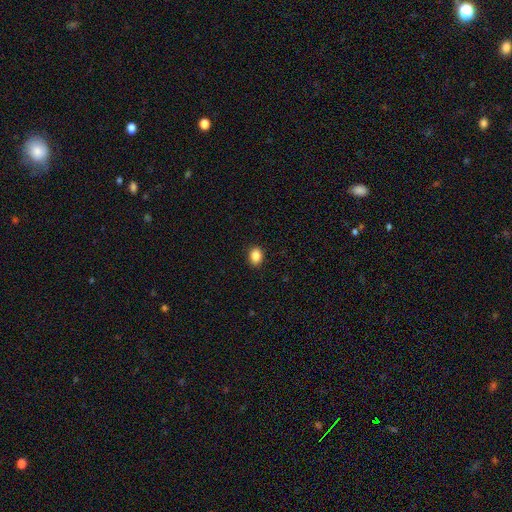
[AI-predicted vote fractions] The model was most divided on "how rounded": in between: 60%, round: 39%, cigar-shaped: 1%. More confident: merging — none (90%); smooth or featured — smooth (88%).